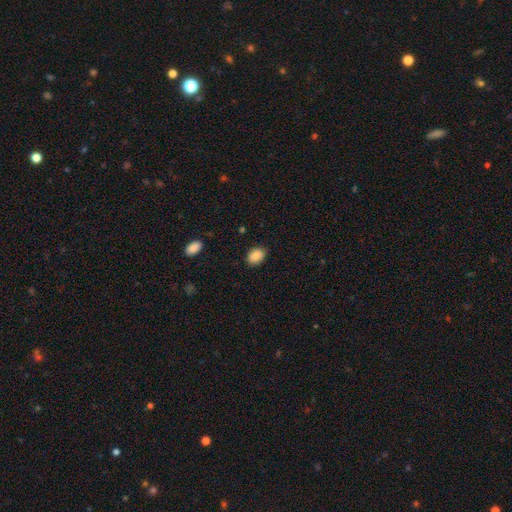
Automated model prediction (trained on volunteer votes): Q: Smooth or featured?
A: smooth (88%); runner-up: star or artifact (8%)
Q: How rounded?
A: in between (73%); runner-up: round (26%)
Q: Merging?
A: none (83%); runner-up: minor disturbance (13%)